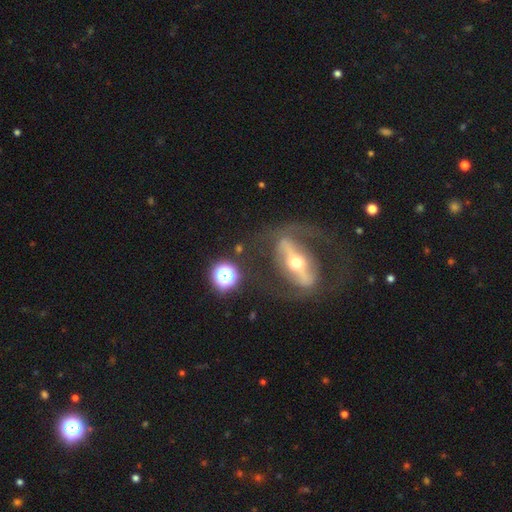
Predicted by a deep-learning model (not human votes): smooth-or-featured: featured or disk: 74% | smooth: 16% | star or artifact: 10%
  disk-edge-on: no: 78% | yes: 22%
    bar: strong: 47% | no: 29% | weak: 24%
    has-spiral-arms: yes: 61% | no: 39%
    bulge-size: moderate: 54% | small: 36% | large: 6% | dominant: 2% | none: 2%
  merging: none: 52% | major disturbance: 21% | minor disturbance: 16% | merger: 11%